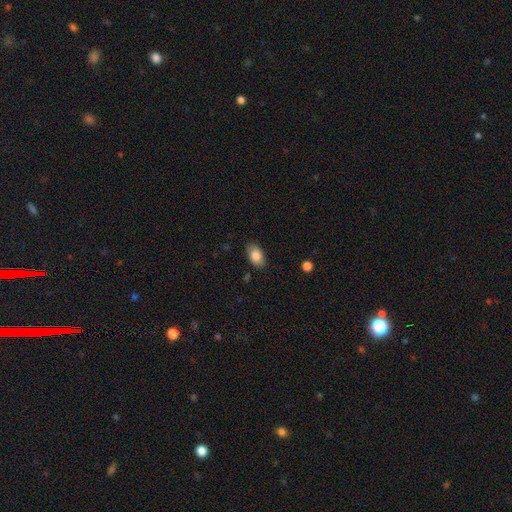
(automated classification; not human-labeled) This appears to be a smooth galaxy with no disk features (82%) that is in between round and cigar-shaped (90%). Merging: none (86%).